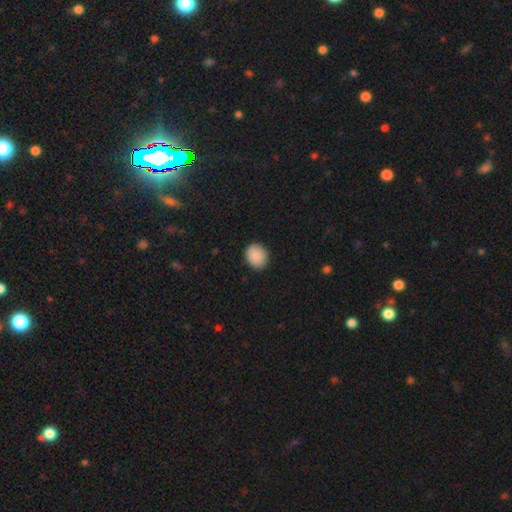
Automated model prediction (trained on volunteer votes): Morphology: type=smooth (90%); roundness=round (67%); merging=none (90%).